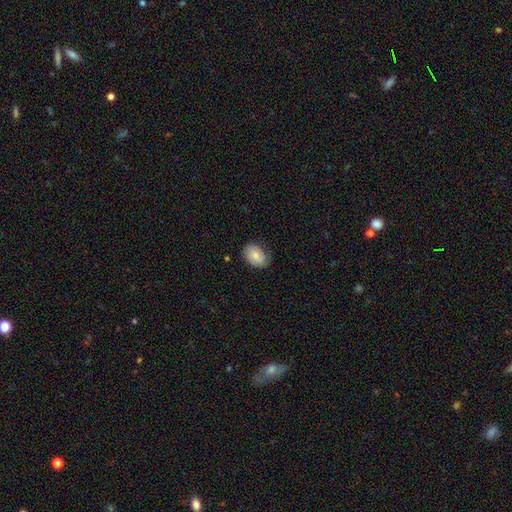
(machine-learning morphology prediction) Q: Smooth or featured?
A: smooth (77%); runner-up: featured or disk (16%)
Q: How rounded?
A: in between (83%); runner-up: round (16%)
Q: Merging?
A: none (79%); runner-up: minor disturbance (17%)